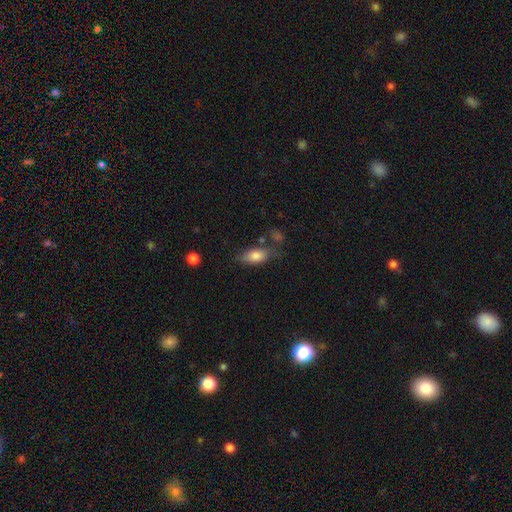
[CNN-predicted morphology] This appears to be a smooth galaxy with no disk features (80%) that is in between round and cigar-shaped (85%). Merging: none (61%).